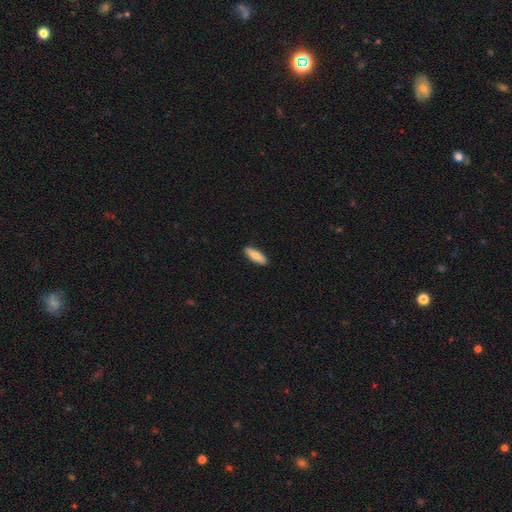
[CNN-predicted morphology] Q: Smooth or featured?
A: smooth (81%); runner-up: featured or disk (13%)
Q: How rounded?
A: in between (52%); runner-up: cigar-shaped (46%)
Q: Merging?
A: none (90%); runner-up: minor disturbance (7%)